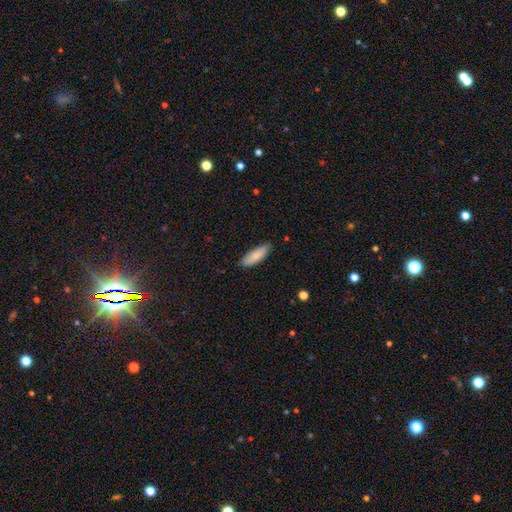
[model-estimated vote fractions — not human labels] smooth_or_featured: smooth (p=0.85) [alt: featured or disk p=0.09]
how_rounded: in between (p=0.56) [alt: cigar-shaped p=0.42]
merging: none (p=0.80) [alt: minor disturbance p=0.16]